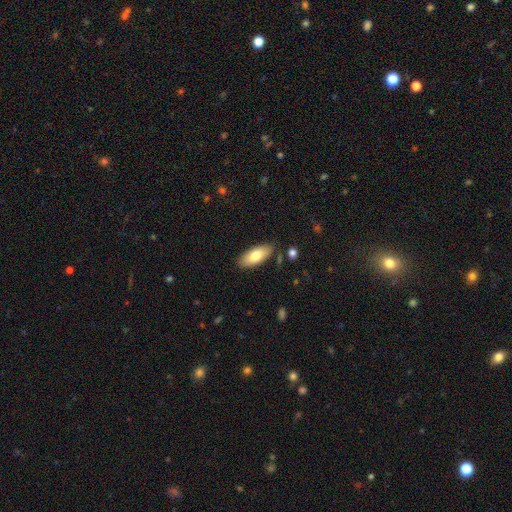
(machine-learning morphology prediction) smooth_or_featured: smooth (p=0.76) [alt: featured or disk p=0.18]
how_rounded: in between (p=0.84) [alt: cigar-shaped p=0.14]
merging: none (p=0.84) [alt: minor disturbance p=0.11]